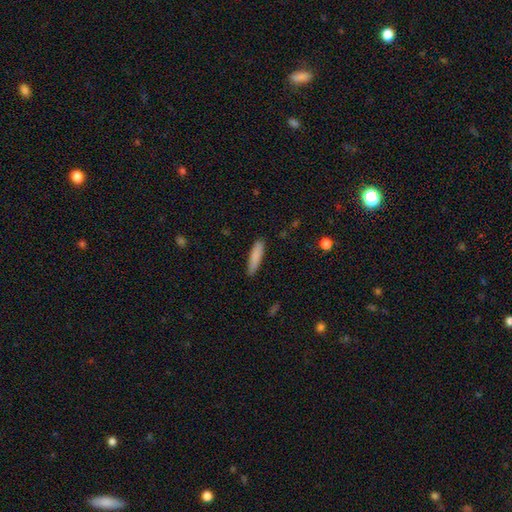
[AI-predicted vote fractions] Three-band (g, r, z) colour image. It shows a smooth galaxy with no disk features (85%) that is cigar-shaped (82%). Merging: none (86%).